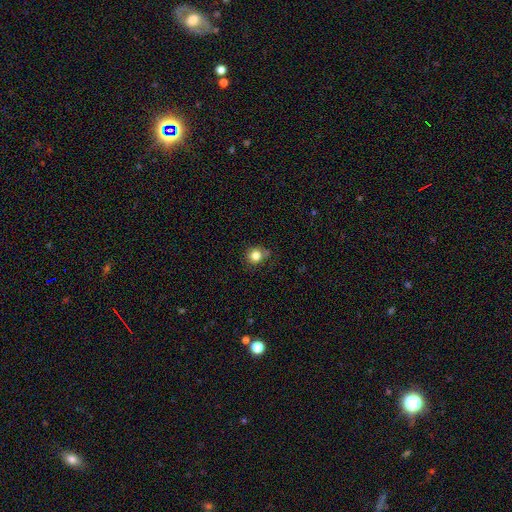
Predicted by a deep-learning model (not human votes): This appears to be a smooth galaxy with no disk features (83%) that is round (83%). Merging: none (70%).